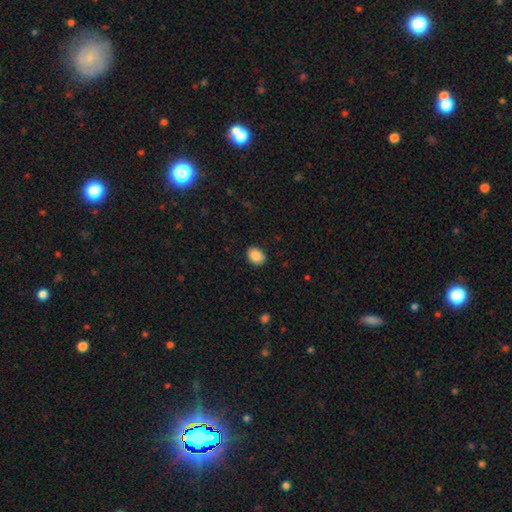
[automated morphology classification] This appears to be a smooth galaxy with no disk features (89%) that is in between round and cigar-shaped (67%). Merging: none (87%).